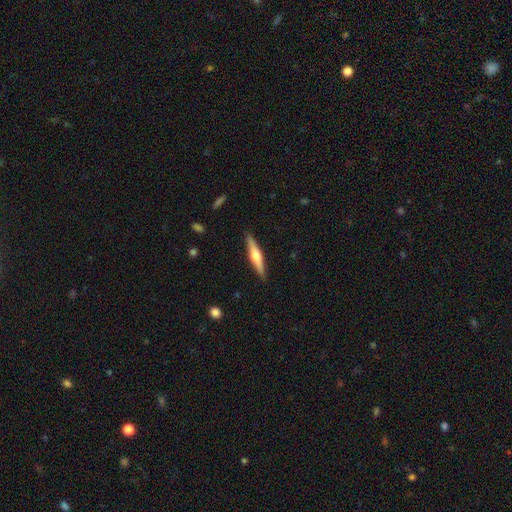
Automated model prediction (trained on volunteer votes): Q: Smooth or featured?
A: featured or disk (59%); runner-up: smooth (35%)
Q: Edge-on disk?
A: yes (97%); runner-up: no (3%)
Q: Edge-on bulge?
A: rounded (89%); runner-up: boxy (5%)
Q: Merging?
A: none (90%); runner-up: minor disturbance (7%)